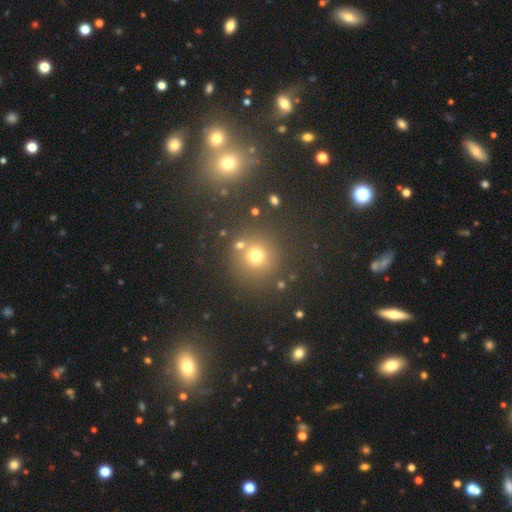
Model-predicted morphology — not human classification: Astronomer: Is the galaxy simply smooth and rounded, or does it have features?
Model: smooth — 68%.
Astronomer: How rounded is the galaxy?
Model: round — 92%.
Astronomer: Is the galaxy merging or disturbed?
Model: none — 77%.